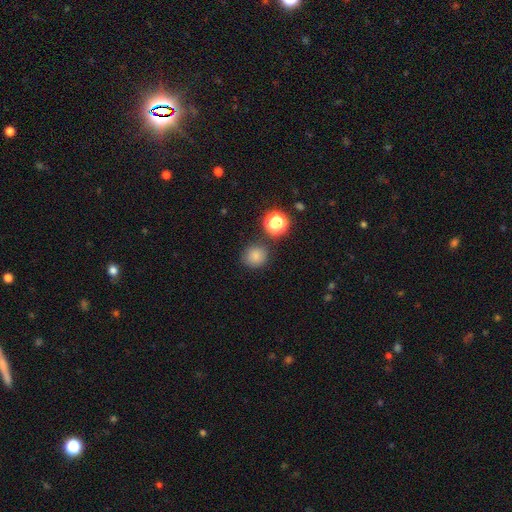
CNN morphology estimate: A smooth galaxy with no disk features (80%) that is round (88%).

Vote fractions:
- Smooth or featured? smooth: 80% / star or artifact: 15% / featured or disk: 6%
- How rounded? round: 88% / in between: 11% / cigar-shaped: 1%
- Merging? none: 81% / minor disturbance: 10% / merger: 6% / major disturbance: 3%